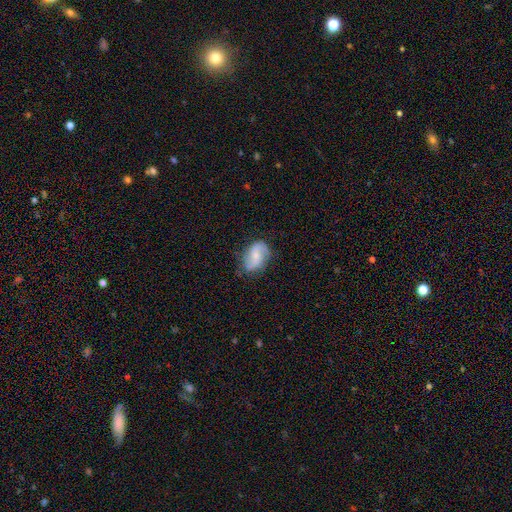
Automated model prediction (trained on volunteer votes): Smooth or featured: featured or disk — 62% (smooth — 32%)
Edge-on disk: no — 97% (yes — 3%)
Bar: no — 45% (weak — 42%)
Spiral arms: yes — 89% (no — 11%)
Spiral winding: loose — 48% (medium — 37%)
Spiral arm count: 2 — 84% (can't tell — 8%)
Bulge size: small — 55% (moderate — 36%)
Merging: none — 68% (minor disturbance — 23%)